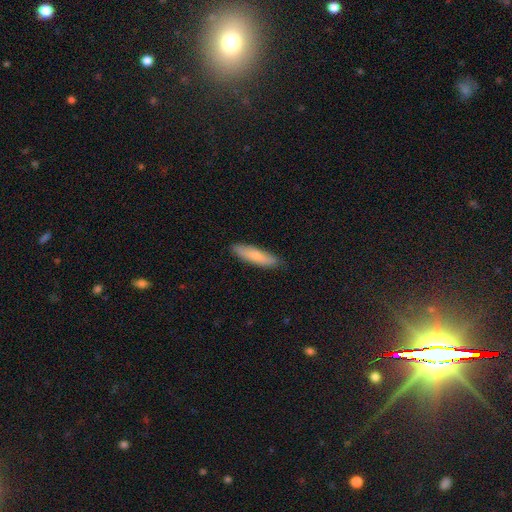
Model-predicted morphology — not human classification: A smooth galaxy with no disk features (78%) that is cigar-shaped (73%).

Vote fractions:
- Smooth or featured? smooth: 78% / featured or disk: 17% / star or artifact: 5%
- How rounded? cigar-shaped: 73% / in between: 26% / round: 1%
- Merging? none: 87% / minor disturbance: 10% / major disturbance: 2% / merger: 1%